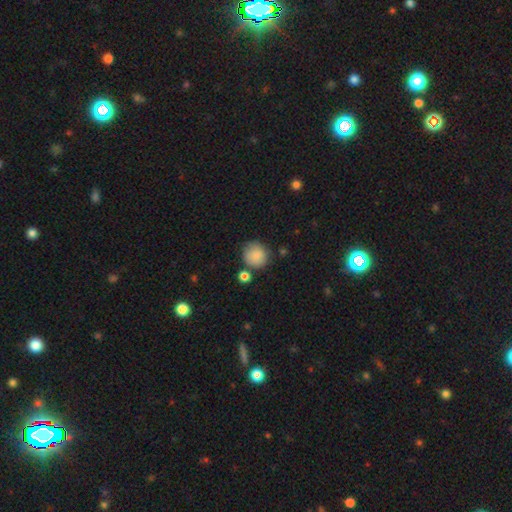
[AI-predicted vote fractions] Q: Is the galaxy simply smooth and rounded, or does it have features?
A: smooth — 85%.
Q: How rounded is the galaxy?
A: round — 90%.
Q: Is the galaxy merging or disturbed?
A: none — 71%.